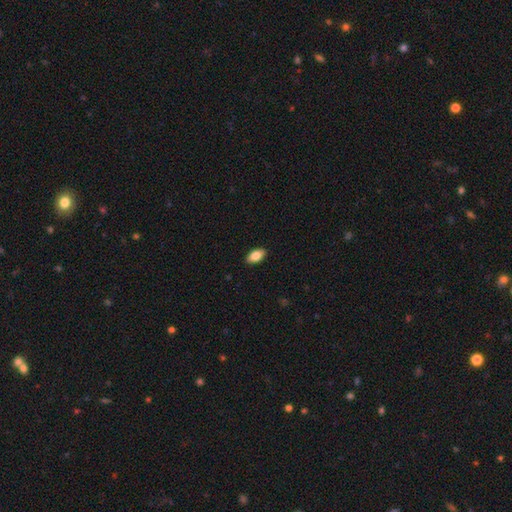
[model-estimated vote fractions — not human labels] smooth-or-featured: smooth: 83% | featured or disk: 11% | star or artifact: 7%
  how-rounded: in between: 92% | cigar-shaped: 4% | round: 3%
  merging: none: 90% | minor disturbance: 7% | major disturbance: 2% | merger: 1%